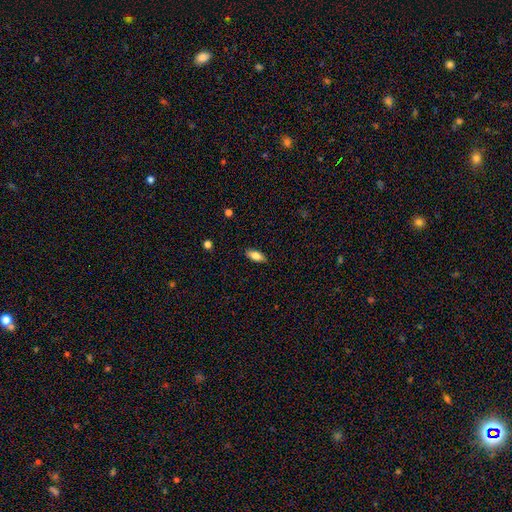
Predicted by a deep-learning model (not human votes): smooth_or_featured: smooth (p=0.81) [alt: featured or disk p=0.12]
how_rounded: in between (p=0.84) [alt: cigar-shaped p=0.14]
merging: none (p=0.87) [alt: minor disturbance p=0.10]